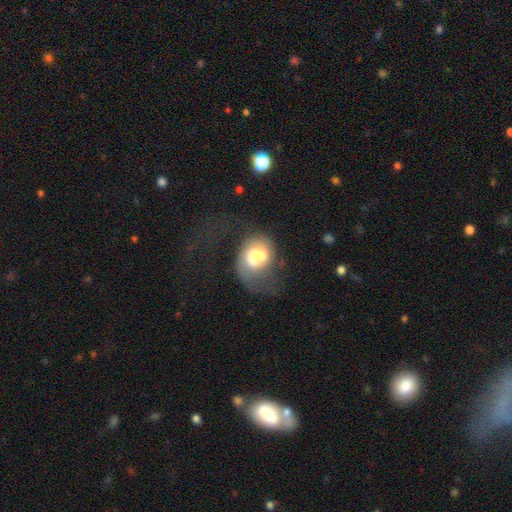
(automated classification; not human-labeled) Smooth or featured? smooth (50%)
Merging? merger (33%)